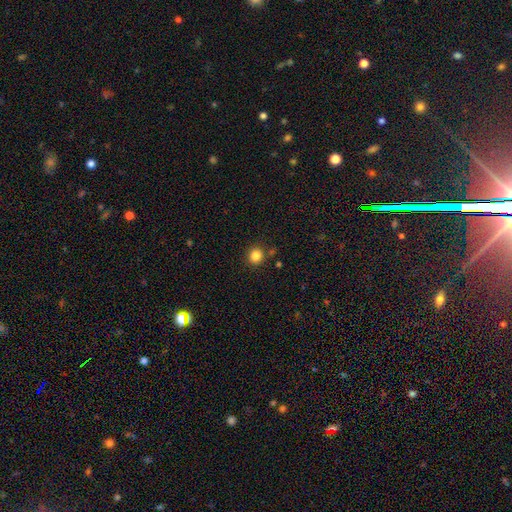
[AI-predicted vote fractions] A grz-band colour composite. It shows a smooth galaxy with no disk features (84%) that is round (91%). Merging: none (86%).